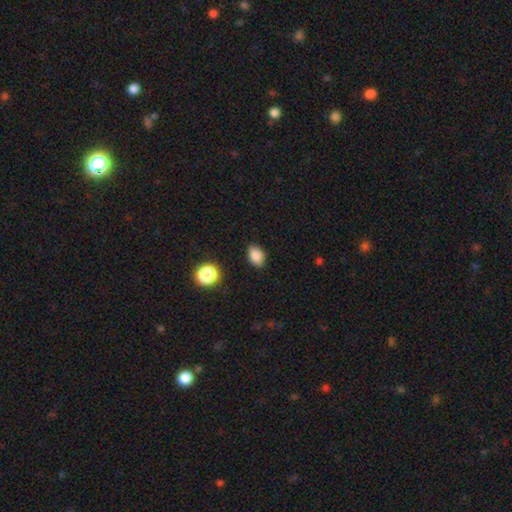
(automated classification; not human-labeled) Smooth or featured? Predicted: smooth (p=0.85). How rounded? Predicted: in between (p=0.80). Merging? Predicted: none (p=0.86).